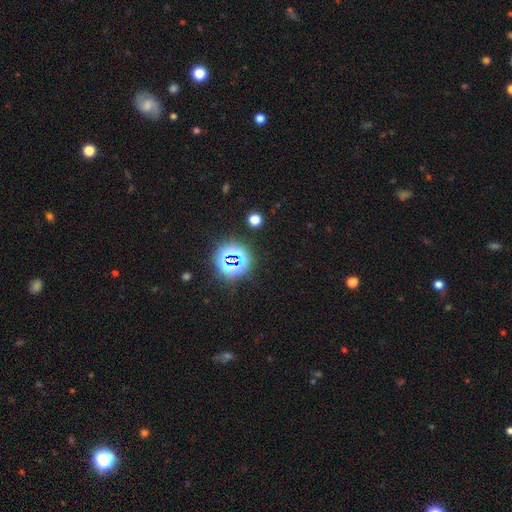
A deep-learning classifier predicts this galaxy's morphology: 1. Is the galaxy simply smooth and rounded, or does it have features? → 77% star or artifact, 15% smooth, 8% featured or disk.